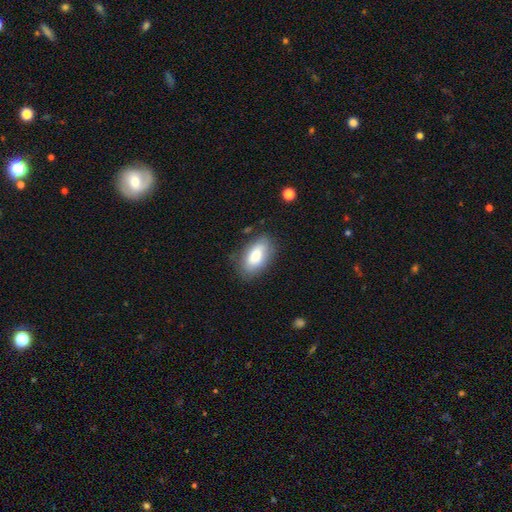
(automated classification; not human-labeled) A smooth galaxy with no disk features (78%) that is in between round and cigar-shaped (92%).

Vote fractions:
- Smooth or featured? smooth: 78% / featured or disk: 15% / star or artifact: 7%
- How rounded? in between: 92% / round: 4% / cigar-shaped: 4%
- Merging? none: 78% / minor disturbance: 16% / major disturbance: 4% / merger: 2%